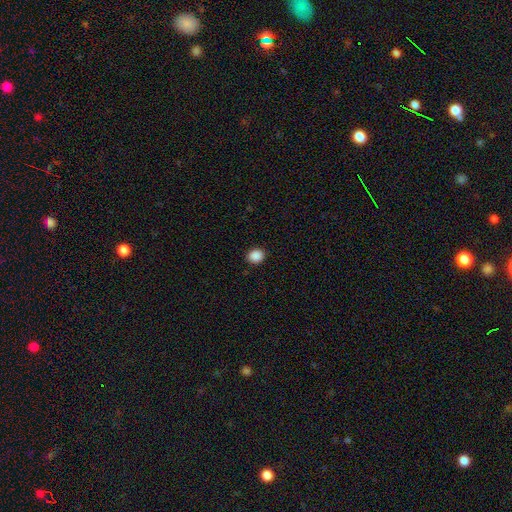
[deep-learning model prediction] A smooth galaxy with no disk features (89%) that is round (71%).

Vote fractions:
- Smooth or featured? smooth: 89% / star or artifact: 9% / featured or disk: 2%
- How rounded? round: 71% / in between: 28% / cigar-shaped: 1%
- Merging? none: 91% / minor disturbance: 6% / major disturbance: 2% / merger: 1%